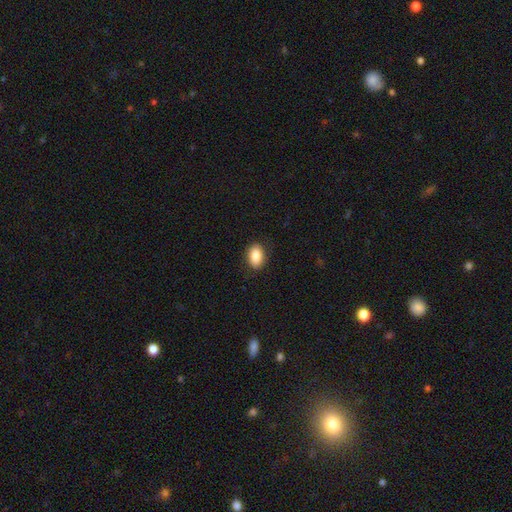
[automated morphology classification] This appears to be a smooth galaxy with no disk features (86%) that is in between round and cigar-shaped (84%). Merging: none (86%).